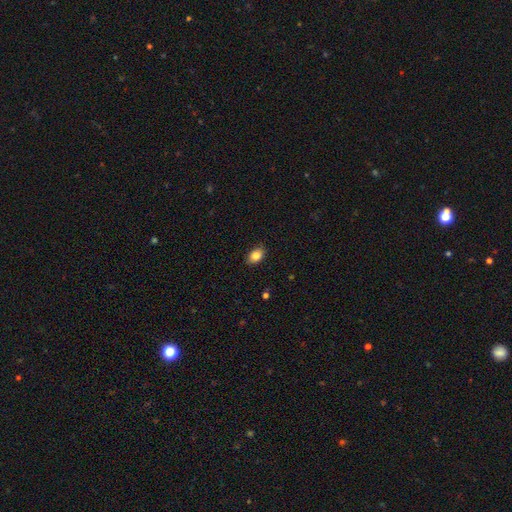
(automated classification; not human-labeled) Q: Smooth or featured?
A: smooth (86%); runner-up: star or artifact (8%)
Q: How rounded?
A: in between (85%); runner-up: round (14%)
Q: Merging?
A: none (86%); runner-up: minor disturbance (11%)